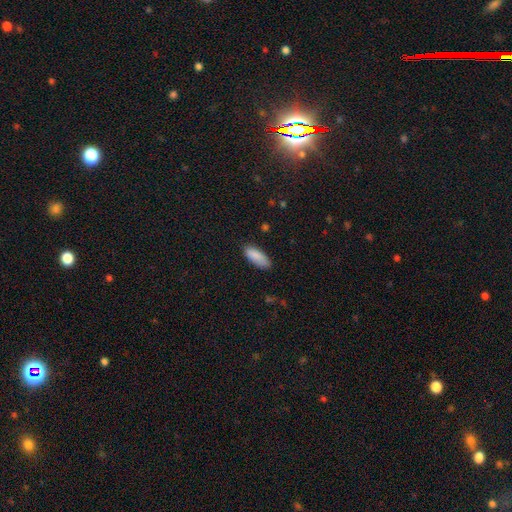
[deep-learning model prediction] Q: Smooth or featured?
A: smooth (88%); runner-up: star or artifact (7%)
Q: How rounded?
A: in between (78%); runner-up: cigar-shaped (20%)
Q: Merging?
A: none (78%); runner-up: minor disturbance (18%)